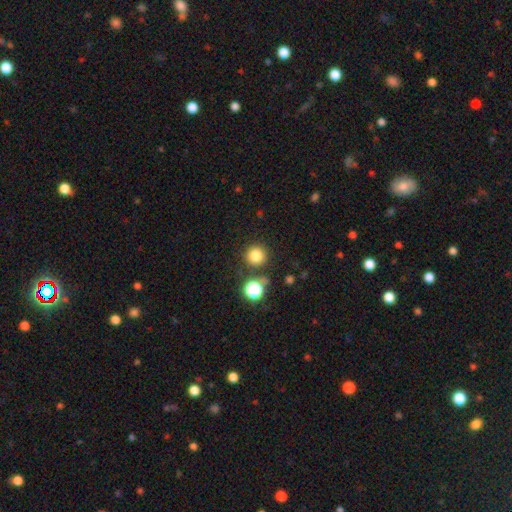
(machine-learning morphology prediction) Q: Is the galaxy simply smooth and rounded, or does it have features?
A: smooth — 79%.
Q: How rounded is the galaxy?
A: round — 95%.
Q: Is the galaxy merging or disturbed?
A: none — 83%.